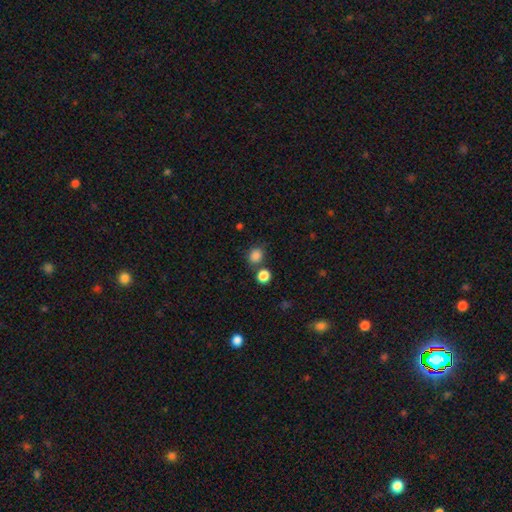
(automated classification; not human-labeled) Morphology: type=smooth (84%); roundness=round (72%); merging=none (71%).